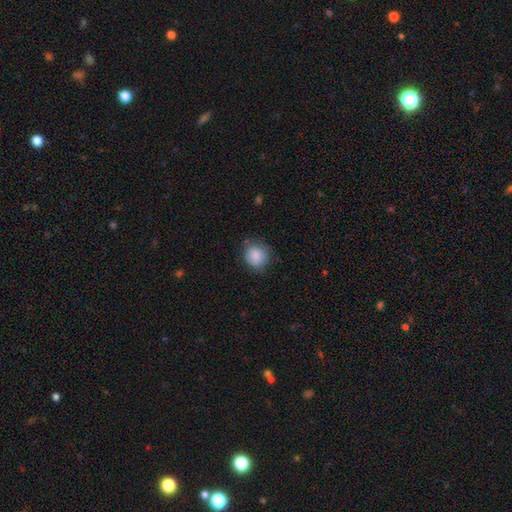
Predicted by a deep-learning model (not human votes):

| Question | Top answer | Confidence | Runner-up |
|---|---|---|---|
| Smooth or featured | smooth | 85% | star or artifact (8%) |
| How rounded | round | 76% | in between (23%) |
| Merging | none | 73% | minor disturbance (20%) |